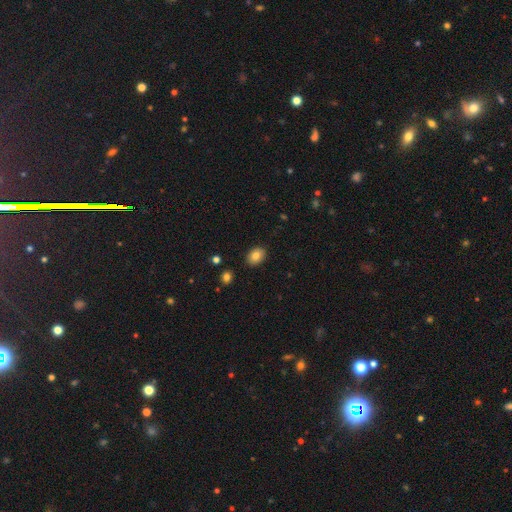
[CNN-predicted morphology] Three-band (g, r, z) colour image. It shows a smooth galaxy with no disk features (83%) that is in between round and cigar-shaped (73%). Merging: none (88%).